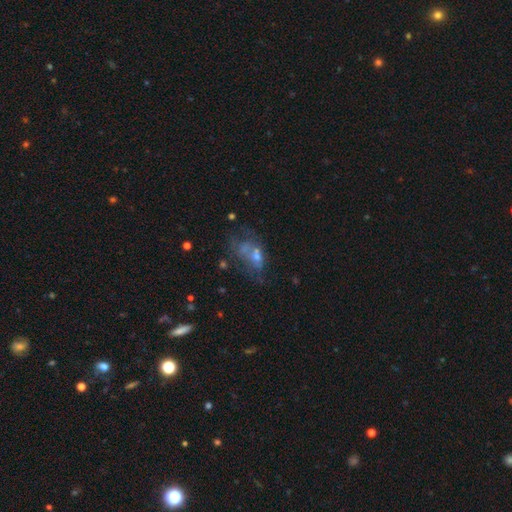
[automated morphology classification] A featured or disk galaxy (46%). Merging: merger (28%, tied with none).